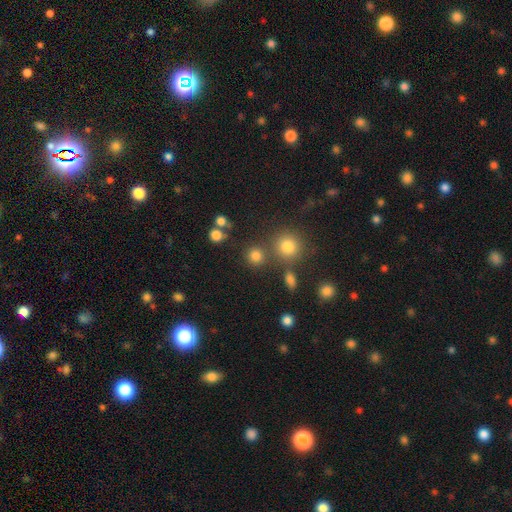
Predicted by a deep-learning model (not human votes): Smooth or featured? Predicted: smooth (p=0.79). How rounded? Predicted: round (p=0.90). Merging? Predicted: none (p=0.76).